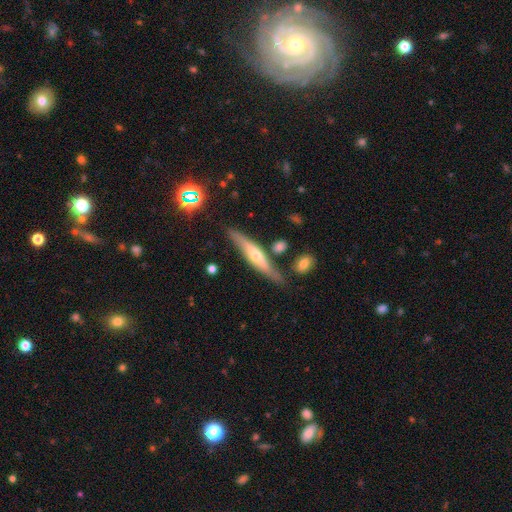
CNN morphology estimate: type=featured or disk (65%); edge-on=yes (91%); edge-on bulge=rounded (86%); merging=none (78%).